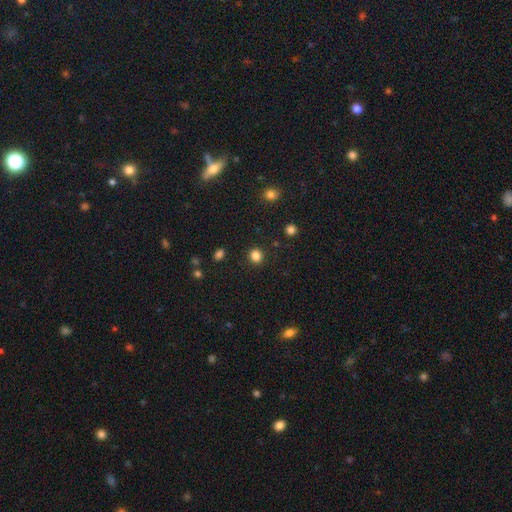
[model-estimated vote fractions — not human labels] Smooth or featured? smooth (84%)
How rounded? round (87%)
Merging? none (91%)